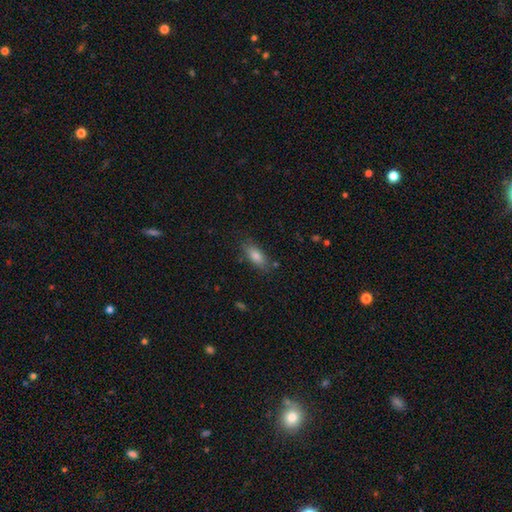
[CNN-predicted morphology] Smooth or featured? smooth (79%)
How rounded? in between (76%)
Merging? none (81%)